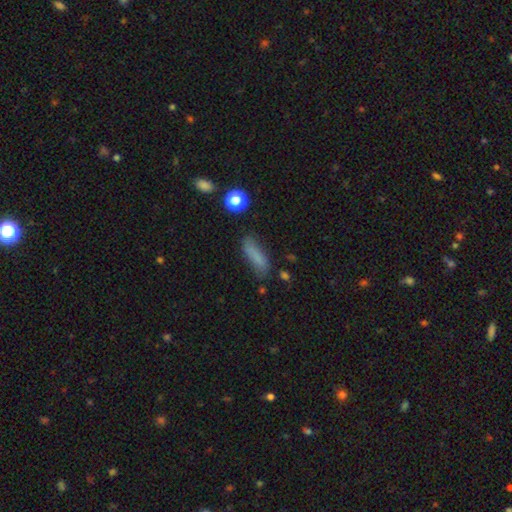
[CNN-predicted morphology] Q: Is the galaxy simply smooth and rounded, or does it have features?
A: smooth — 77%.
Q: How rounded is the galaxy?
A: cigar-shaped — 54%.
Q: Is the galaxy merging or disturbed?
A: none — 66%.